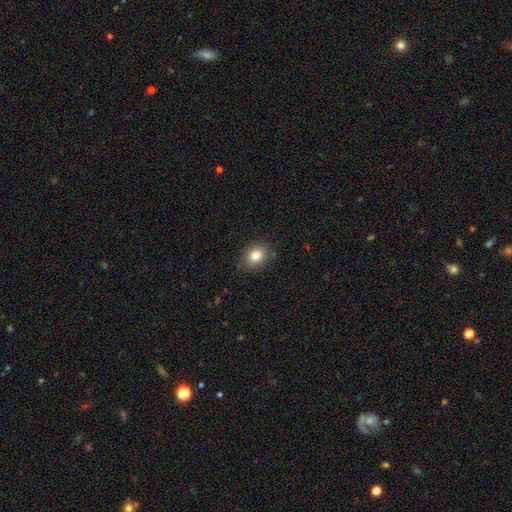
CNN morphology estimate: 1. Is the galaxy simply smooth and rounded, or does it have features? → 82% smooth, 10% star or artifact, 7% featured or disk.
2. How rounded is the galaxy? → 54% round, 45% in between, 1% cigar-shaped.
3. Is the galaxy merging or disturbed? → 86% none, 10% minor disturbance, 3% major disturbance, 1% merger.